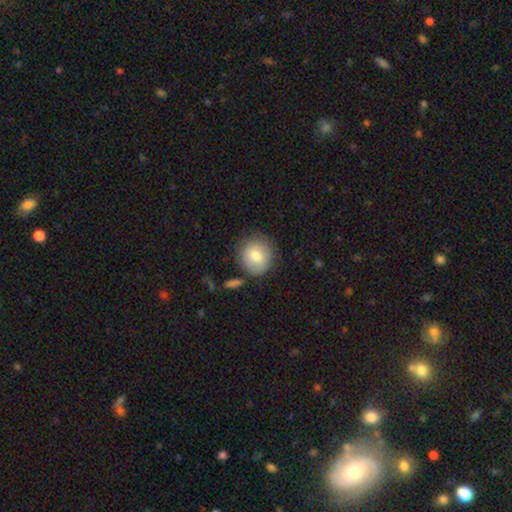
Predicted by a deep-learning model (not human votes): Smooth or featured? smooth (78%)
How rounded? round (87%)
Merging? none (78%)